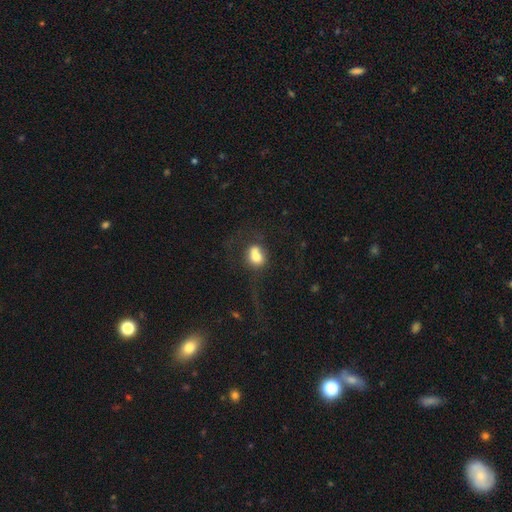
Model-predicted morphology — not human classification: A smooth galaxy with no disk features (72%) that is in between round and cigar-shaped (63%).

Vote fractions:
- Smooth or featured? smooth: 72% / featured or disk: 17% / star or artifact: 11%
- How rounded? in between: 63% / round: 34% / cigar-shaped: 2%
- Merging? none: 35% / major disturbance: 26% / merger: 20% / minor disturbance: 19%